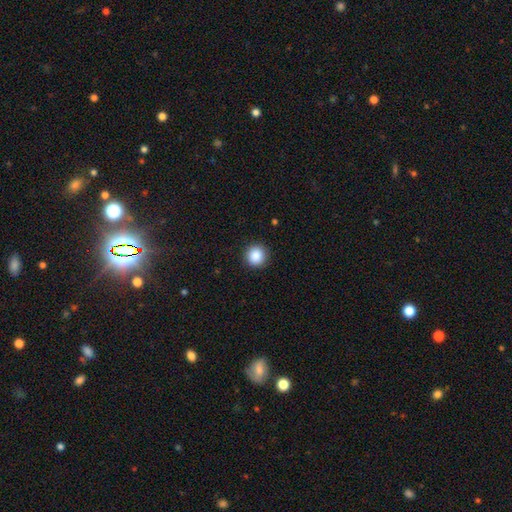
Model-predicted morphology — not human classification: Q: Smooth or featured?
A: smooth (88%); runner-up: star or artifact (9%)
Q: How rounded?
A: round (94%); runner-up: in between (5%)
Q: Merging?
A: none (92%); runner-up: minor disturbance (5%)